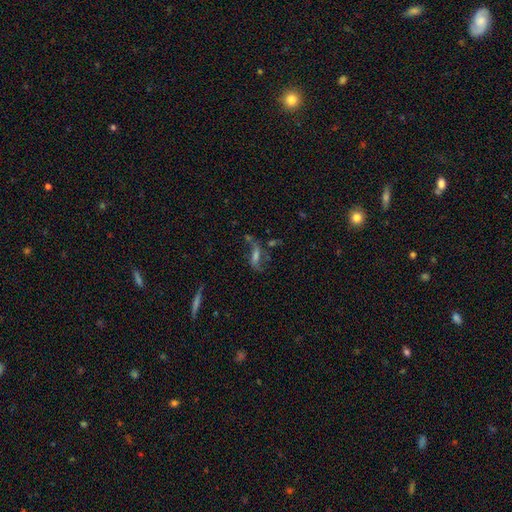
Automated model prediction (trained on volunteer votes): smooth-or-featured: featured or disk: 51% | smooth: 33% | star or artifact: 16%
  disk-edge-on: no: 82% | yes: 18%
  merging: none: 39% | major disturbance: 28% | minor disturbance: 18% | merger: 15%